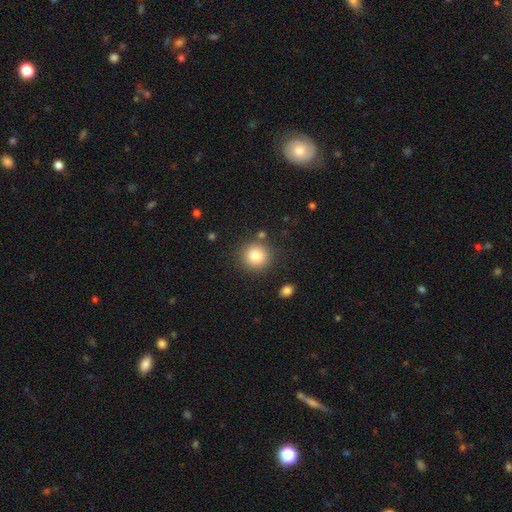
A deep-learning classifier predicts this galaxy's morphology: The model was most divided on "smooth or featured": smooth: 81%, star or artifact: 10%, featured or disk: 8%. More confident: how rounded — round (92%); merging — none (85%).